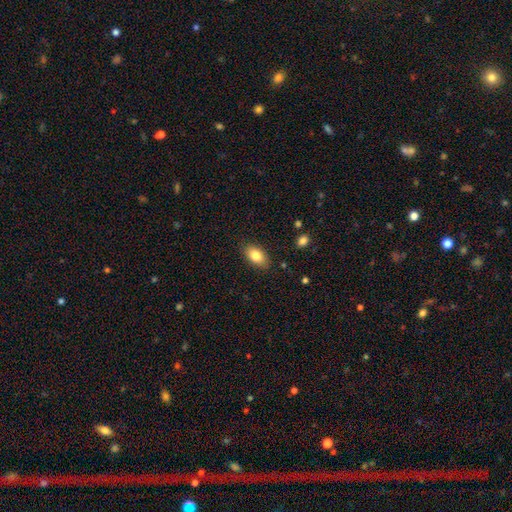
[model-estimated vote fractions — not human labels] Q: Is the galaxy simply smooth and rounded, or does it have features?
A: smooth — 82%.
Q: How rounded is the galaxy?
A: in between — 91%.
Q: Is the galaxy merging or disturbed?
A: none — 86%.